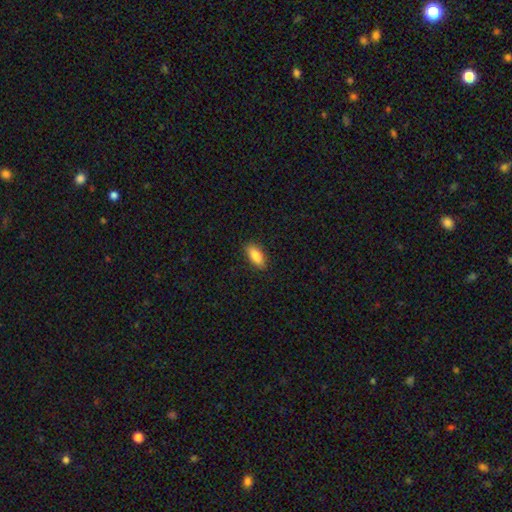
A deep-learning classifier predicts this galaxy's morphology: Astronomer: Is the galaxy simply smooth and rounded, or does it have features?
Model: smooth — 87%.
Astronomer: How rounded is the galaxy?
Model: in between — 85%.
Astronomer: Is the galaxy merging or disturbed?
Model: none — 88%.